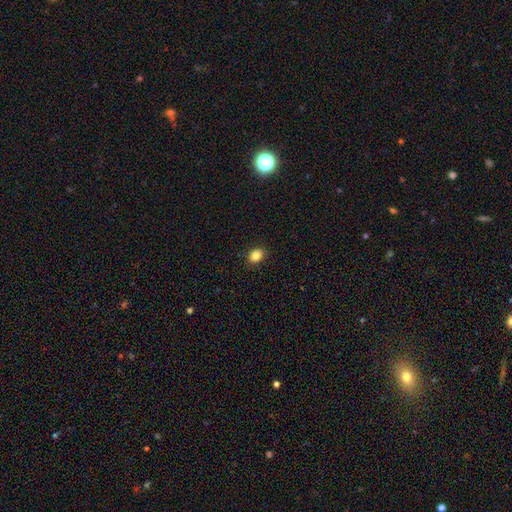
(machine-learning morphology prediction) This is clearly a smooth galaxy (85%). How rounded: possibly in between (58%). Merging: clearly none (89%).